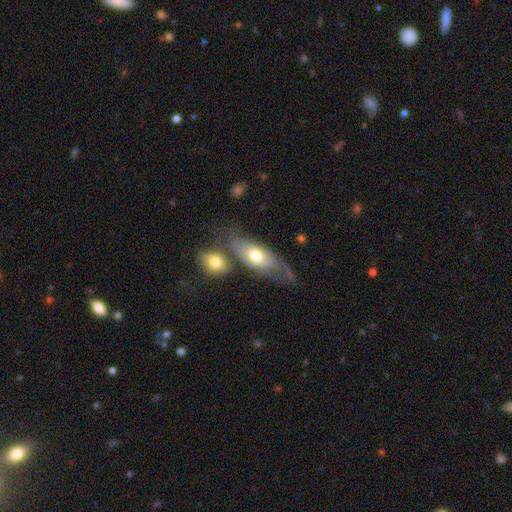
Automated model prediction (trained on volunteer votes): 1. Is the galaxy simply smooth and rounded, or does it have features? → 54% smooth, 39% featured or disk, 7% star or artifact.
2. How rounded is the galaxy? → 83% in between, 12% cigar-shaped, 5% round.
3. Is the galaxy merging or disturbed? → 42% none, 23% merger, 21% minor disturbance, 14% major disturbance.